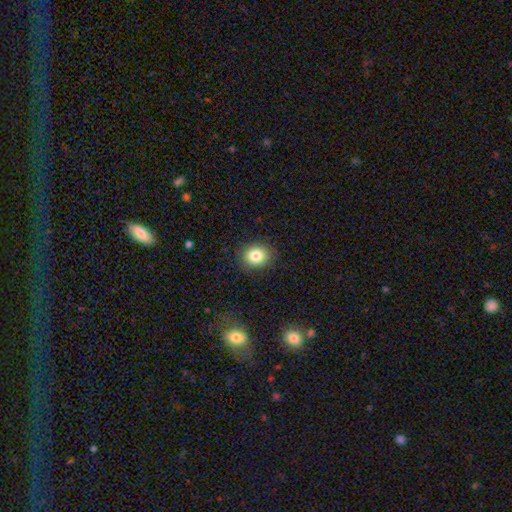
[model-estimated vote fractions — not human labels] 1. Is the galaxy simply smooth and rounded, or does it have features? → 83% smooth, 10% star or artifact, 7% featured or disk.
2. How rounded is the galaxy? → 66% round, 33% in between, 1% cigar-shaped.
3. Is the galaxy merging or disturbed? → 88% none, 8% minor disturbance, 3% major disturbance, 1% merger.